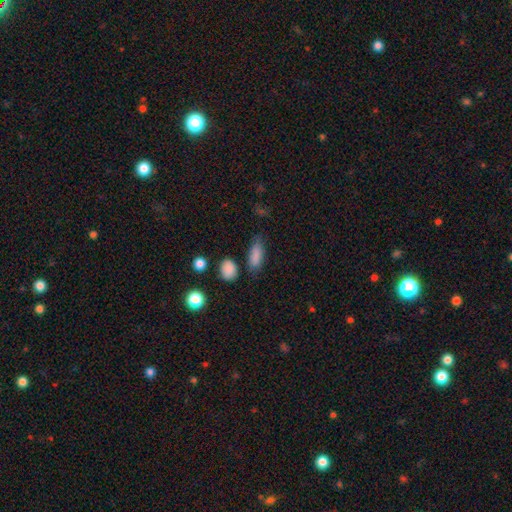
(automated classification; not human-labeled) smooth_or_featured: smooth (p=0.85) [alt: star or artifact p=0.08]
how_rounded: in between (p=0.76) [alt: cigar-shaped p=0.20]
merging: none (p=0.70) [alt: minor disturbance p=0.19]